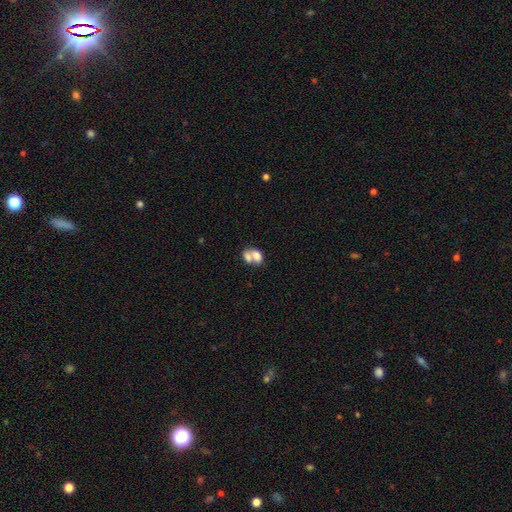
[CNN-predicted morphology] This is likely a smooth galaxy (69%). How rounded: likely in between (80%). Merging: likely merger (68%).